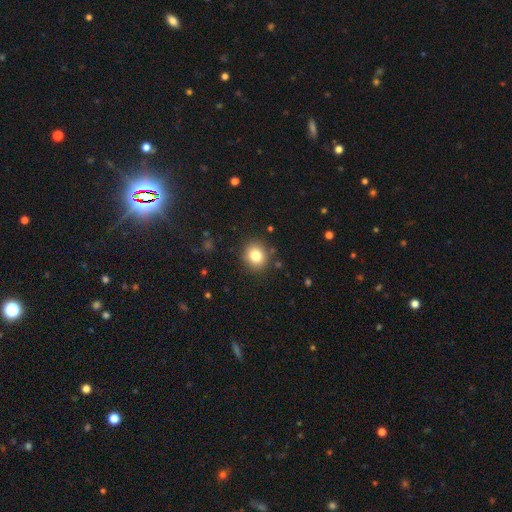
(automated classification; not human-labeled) A smooth galaxy with no disk features (80%) that is round (82%).

Vote fractions:
- Smooth or featured? smooth: 80% / star or artifact: 11% / featured or disk: 9%
- How rounded? round: 82% / in between: 17% / cigar-shaped: 1%
- Merging? none: 88% / minor disturbance: 8% / major disturbance: 3% / merger: 2%